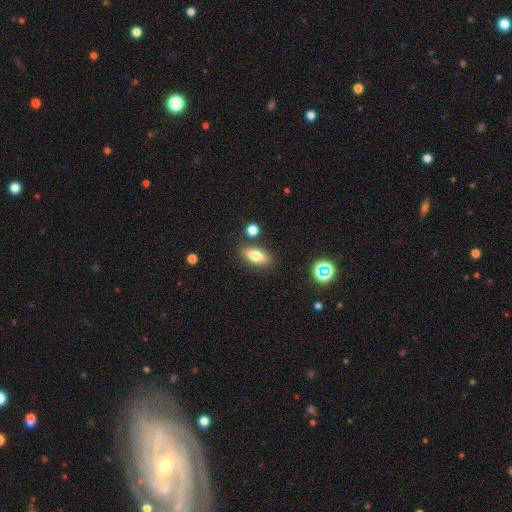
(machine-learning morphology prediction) smooth 72%, featured or disk 19%, star or artifact 9%. Down the decision tree: how rounded — in between (78%); merging — none (82%).